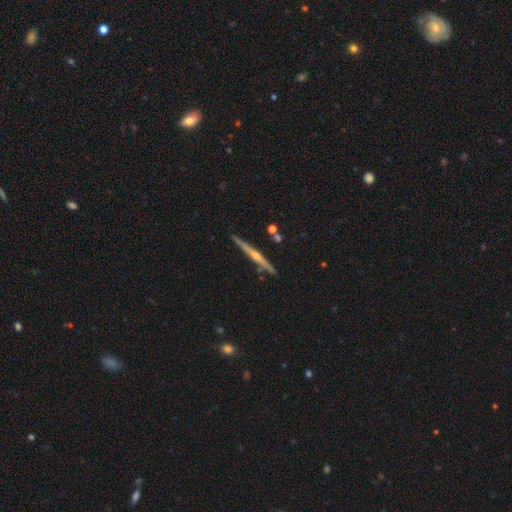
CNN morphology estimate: This is likely a featured or disk galaxy (78%). It is clearly viewed edge-on (98%). Edge-on bulge: likely rounded (78%). Merging: clearly none (88%).